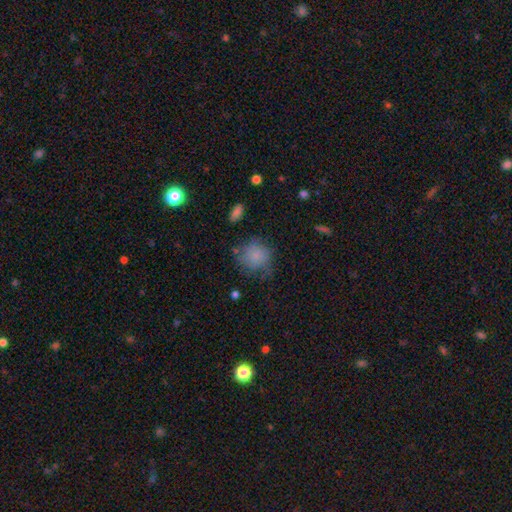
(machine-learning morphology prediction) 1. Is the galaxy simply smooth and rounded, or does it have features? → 76% smooth, 15% featured or disk, 9% star or artifact.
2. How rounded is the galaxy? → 82% round, 17% in between, 1% cigar-shaped.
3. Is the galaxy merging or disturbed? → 54% none, 28% minor disturbance, 15% major disturbance, 3% merger.